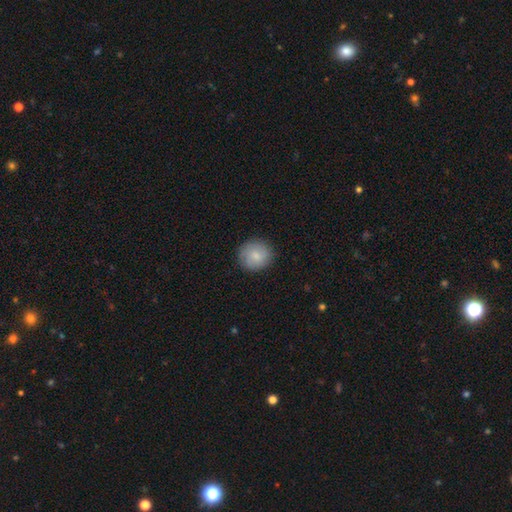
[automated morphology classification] This appears to be a smooth galaxy with no disk features (81%) that is round (90%). Merging: none (86%).